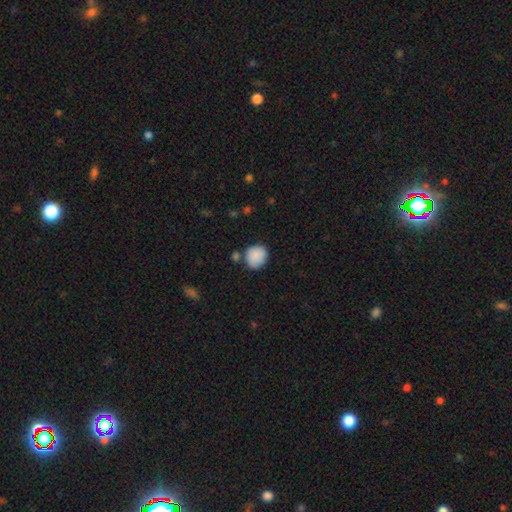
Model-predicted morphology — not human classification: Smooth or featured: smooth — 88% (star or artifact — 8%)
How rounded: round — 76% (in between — 23%)
Merging: none — 73% (minor disturbance — 15%)